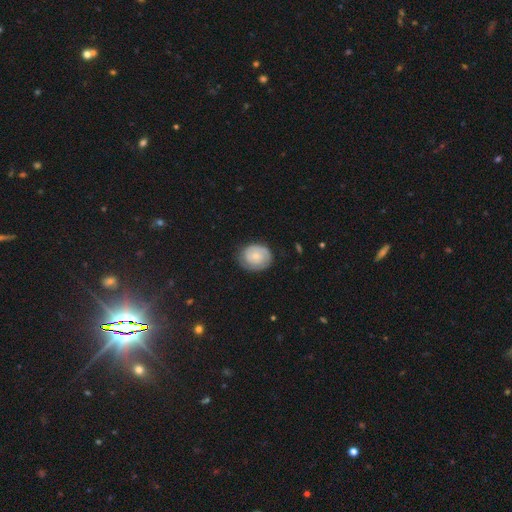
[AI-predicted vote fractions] Overall: featured or disk (60%; smooth 34%). Edge-on disk: no (98%). Bar: no (75%). Spiral arms: yes (86%). Spiral arm count: 2 (49%; can't tell 24%). Spiral winding: tight (70%). Bulge size: small (66%). Merging: none (75%).